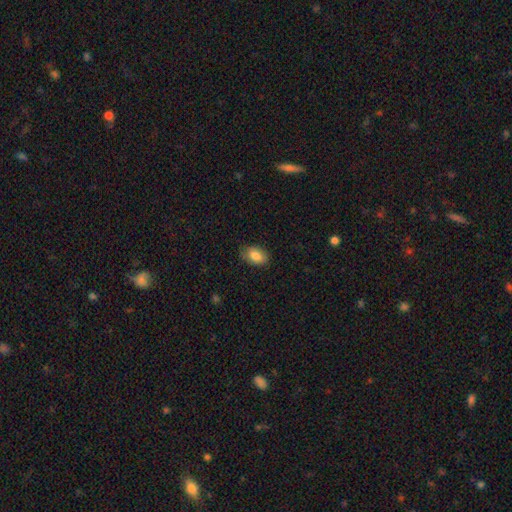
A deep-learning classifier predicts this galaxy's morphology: Smooth or featured: smooth — 84% (featured or disk — 9%)
How rounded: in between — 87% (round — 11%)
Merging: none — 80% (minor disturbance — 16%)